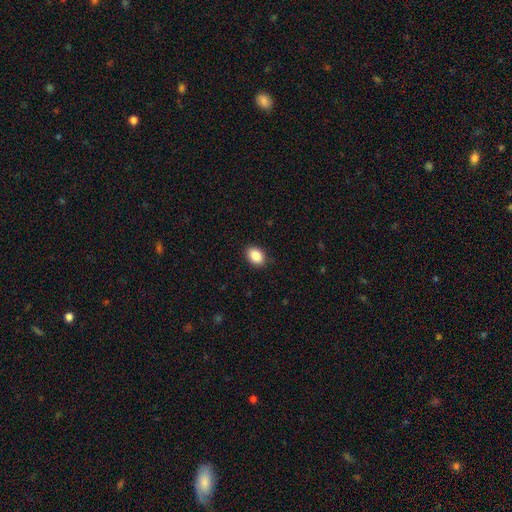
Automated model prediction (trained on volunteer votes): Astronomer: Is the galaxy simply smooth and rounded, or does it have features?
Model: smooth — 88%.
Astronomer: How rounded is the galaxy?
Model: in between — 76%.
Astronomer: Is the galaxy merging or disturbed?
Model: none — 88%.